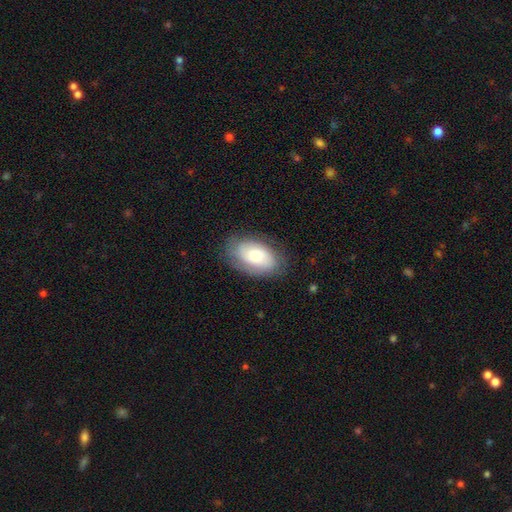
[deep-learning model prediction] Smooth or featured: smooth — 63% (featured or disk — 30%)
How rounded: in between — 94% (round — 5%)
Merging: none — 76% (minor disturbance — 17%)